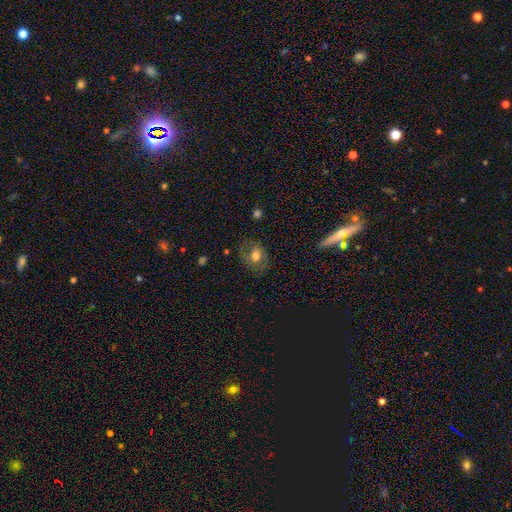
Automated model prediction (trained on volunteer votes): Q: Smooth or featured?
A: smooth (47%); runner-up: featured or disk (44%)
Q: Merging?
A: none (71%); runner-up: minor disturbance (18%)